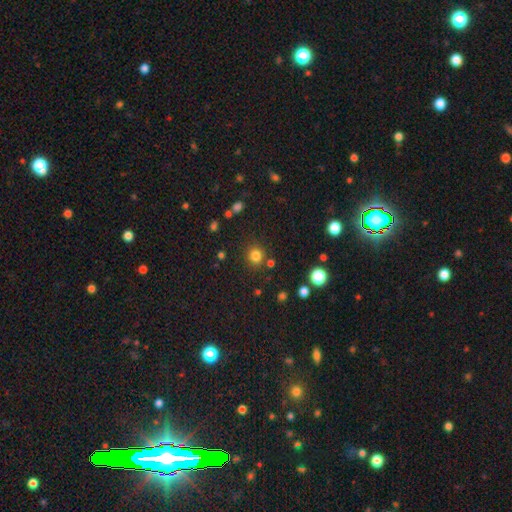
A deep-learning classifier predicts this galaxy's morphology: Q: Smooth or featured?
A: smooth (80%); runner-up: star or artifact (15%)
Q: How rounded?
A: round (89%); runner-up: in between (11%)
Q: Merging?
A: none (83%); runner-up: minor disturbance (8%)